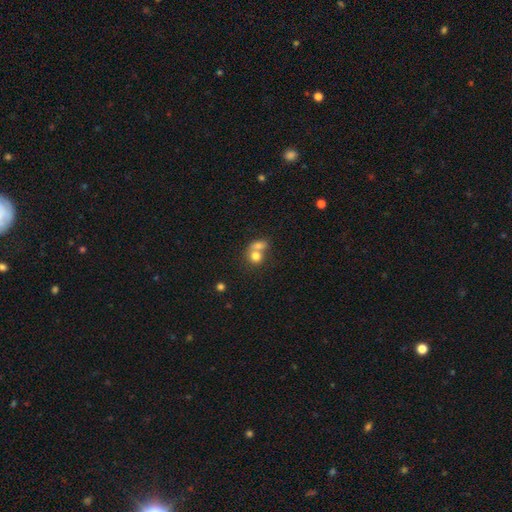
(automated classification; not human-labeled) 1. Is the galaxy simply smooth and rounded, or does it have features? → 74% smooth, 16% featured or disk, 10% star or artifact.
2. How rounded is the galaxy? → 65% round, 34% in between, 1% cigar-shaped.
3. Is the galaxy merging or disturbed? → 65% merger, 24% none, 6% minor disturbance, 4% major disturbance.